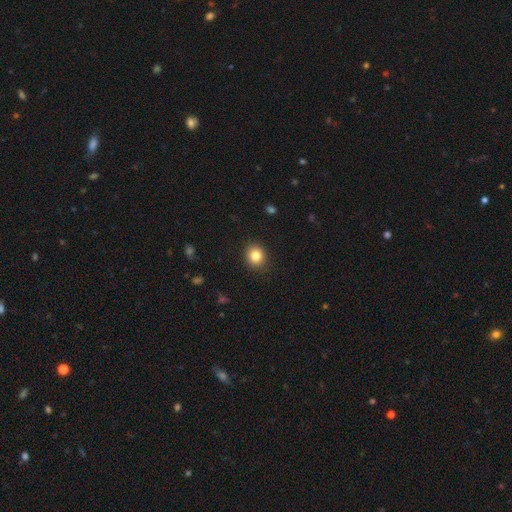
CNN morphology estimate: Smooth or featured: smooth — 83% (star or artifact — 11%)
How rounded: round — 75% (in between — 25%)
Merging: none — 90% (minor disturbance — 7%)